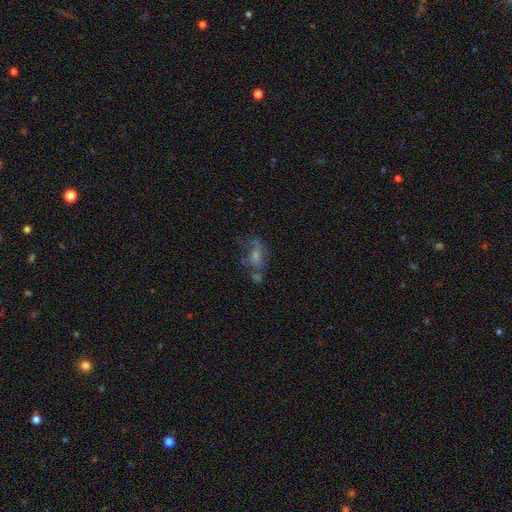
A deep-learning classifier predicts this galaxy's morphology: Smooth or featured? Predicted: featured or disk (p=0.45). Merging? Predicted: none (p=0.47).